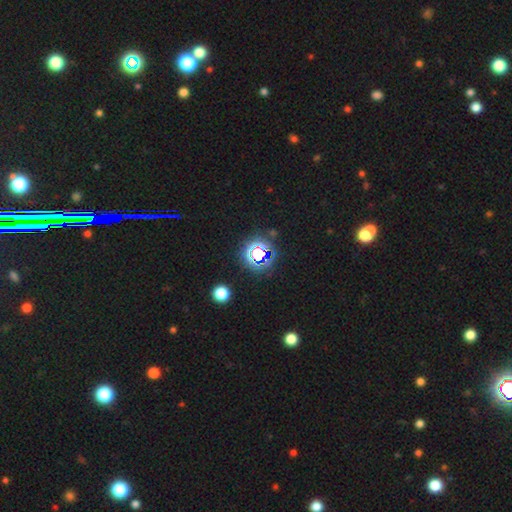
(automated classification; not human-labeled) Q: Smooth or featured?
A: star or artifact (75%); runner-up: smooth (17%)